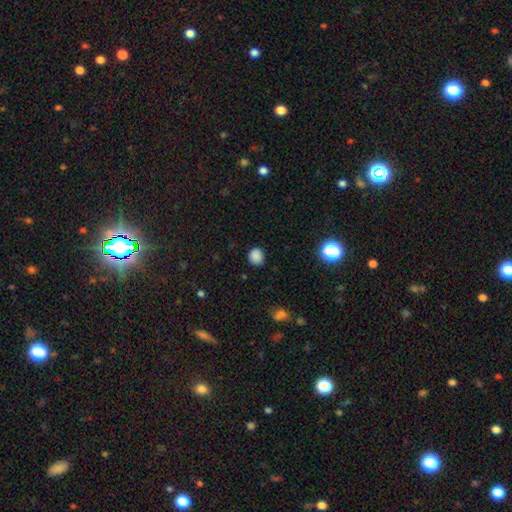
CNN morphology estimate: Smooth or featured: smooth — 84% (star or artifact — 12%)
How rounded: round — 82% (in between — 17%)
Merging: none — 87% (minor disturbance — 9%)